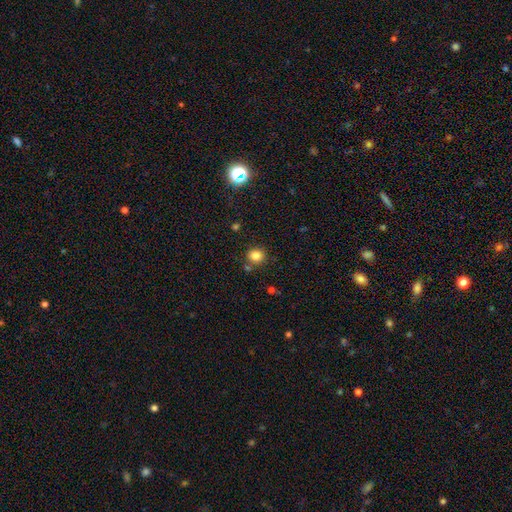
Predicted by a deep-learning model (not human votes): Q: Smooth or featured?
A: smooth (82%); runner-up: star or artifact (13%)
Q: How rounded?
A: round (89%); runner-up: in between (10%)
Q: Merging?
A: none (82%); runner-up: minor disturbance (8%)